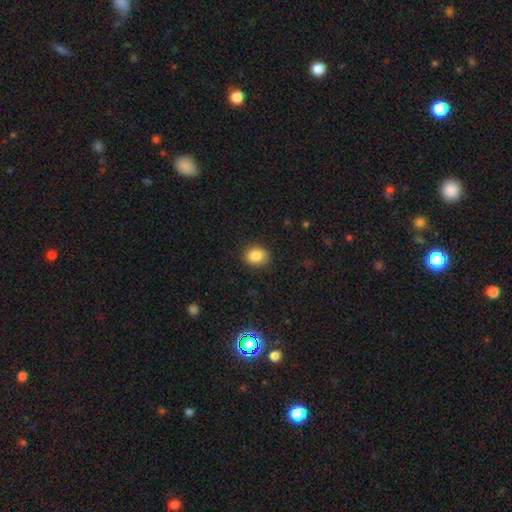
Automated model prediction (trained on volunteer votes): Smooth or featured? smooth (86%)
How rounded? round (54%)
Merging? none (83%)